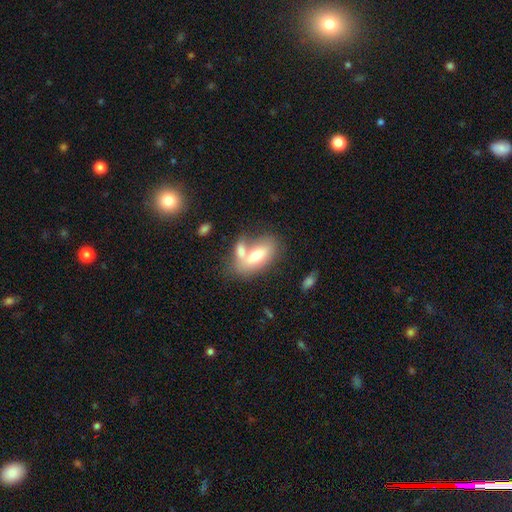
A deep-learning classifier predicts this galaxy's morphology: A smooth galaxy with no disk features (67%) that is in between round and cigar-shaped (85%). Merging: merger (49%).